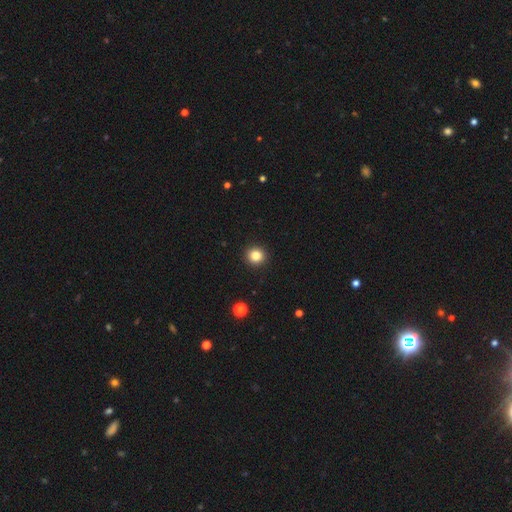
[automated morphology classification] smooth 83%, star or artifact 12%, featured or disk 5%. Down the decision tree: how rounded — round (94%); merging — none (93%).